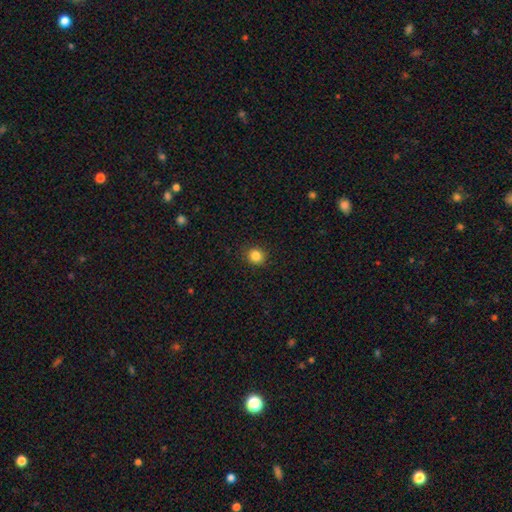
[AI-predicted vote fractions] smooth-or-featured: smooth: 85% | star or artifact: 11% | featured or disk: 4%
  how-rounded: round: 86% | in between: 13% | cigar-shaped: 1%
  merging: none: 91% | minor disturbance: 6% | major disturbance: 2% | merger: 1%